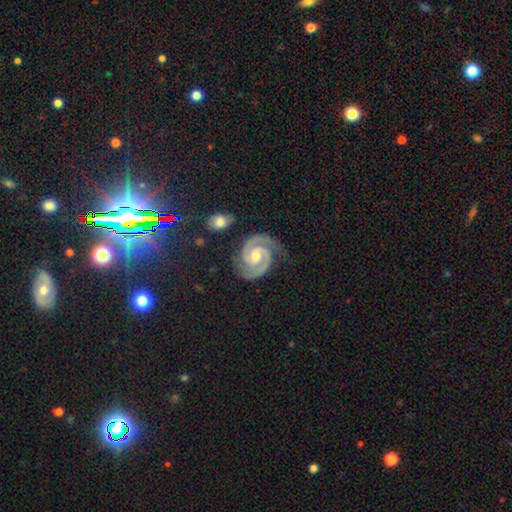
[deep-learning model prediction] Morphology: type=featured or disk (93%); edge-on=no (98%); bar=no (45%); spiral arms=yes (99%); winding=tight (60%); arm count=2 (93%); bulge=moderate (65%); merging=none (81%).